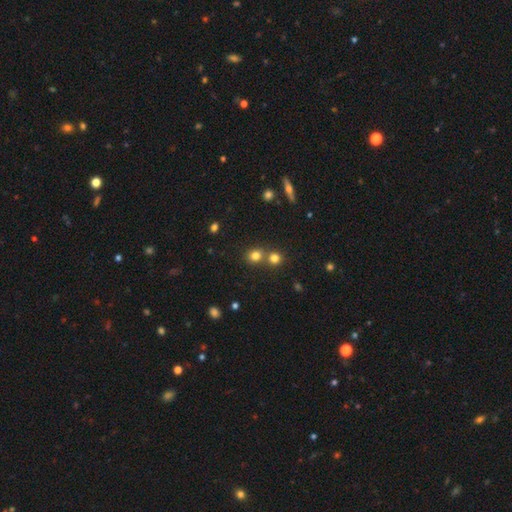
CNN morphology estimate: type=smooth (77%); roundness=round (82%); merging=none (58%).